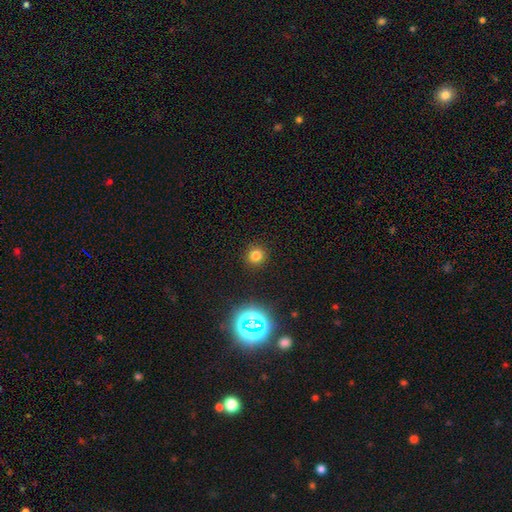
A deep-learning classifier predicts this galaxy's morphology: The model was most divided on "smooth or featured": smooth: 75%, star or artifact: 19%, featured or disk: 6%. More confident: how rounded — round (93%); merging — none (91%).